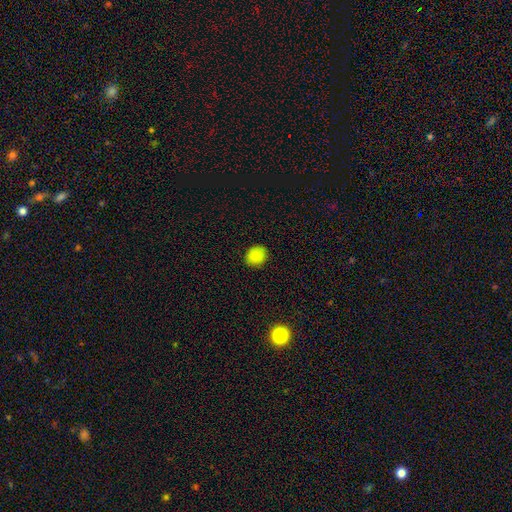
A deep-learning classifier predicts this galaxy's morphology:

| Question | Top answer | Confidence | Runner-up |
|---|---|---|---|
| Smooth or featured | smooth | 86% | star or artifact (10%) |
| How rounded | round | 70% | in between (29%) |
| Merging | none | 89% | minor disturbance (8%) |